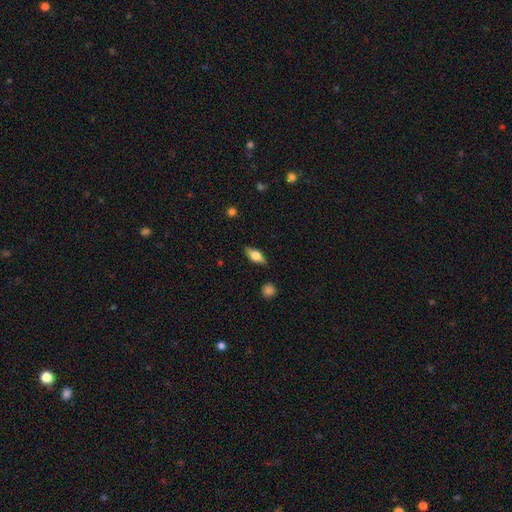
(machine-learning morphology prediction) smooth-or-featured: smooth: 54% | featured or disk: 39% | star or artifact: 7%
  how-rounded: in between: 73% | cigar-shaped: 21% | round: 5%
  merging: none: 86% | minor disturbance: 11% | major disturbance: 2% | merger: 1%